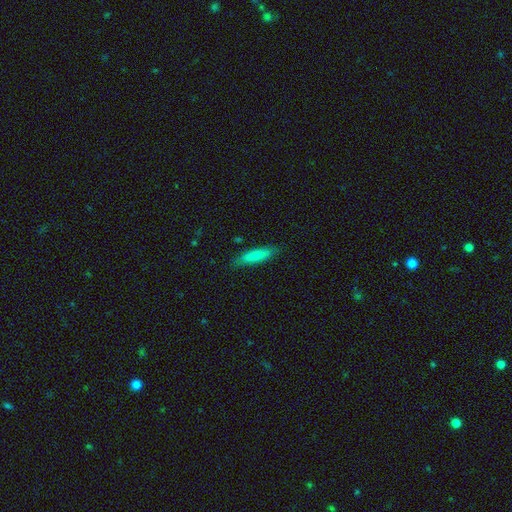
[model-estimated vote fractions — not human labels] Morphology: type=smooth (77%); roundness=cigar-shaped (68%); merging=none (83%).